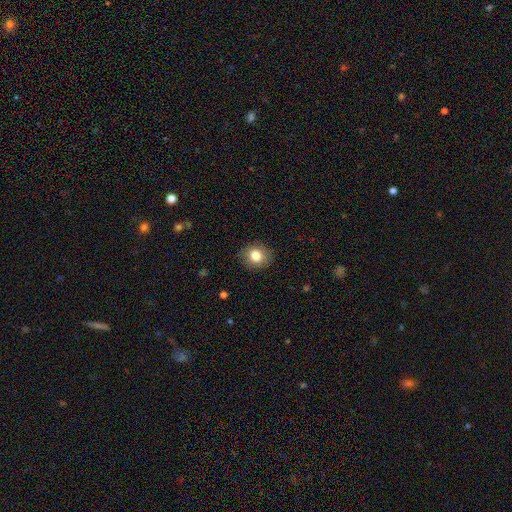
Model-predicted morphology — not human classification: Smooth or featured?
  - smooth: 82% *
  - star or artifact: 10%
  - featured or disk: 8%
How rounded?
  - round: 73% *
  - in between: 26%
  - cigar-shaped: 1%
Merging?
  - none: 87% *
  - minor disturbance: 9%
  - major disturbance: 2%
  - merger: 1%